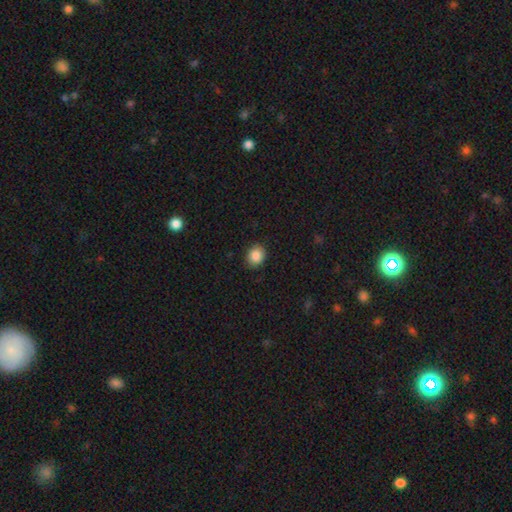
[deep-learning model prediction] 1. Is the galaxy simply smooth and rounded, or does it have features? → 87% smooth, 9% star or artifact, 4% featured or disk.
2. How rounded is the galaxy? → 62% round, 37% in between, 1% cigar-shaped.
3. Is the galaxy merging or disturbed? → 88% none, 9% minor disturbance, 2% major disturbance, 1% merger.